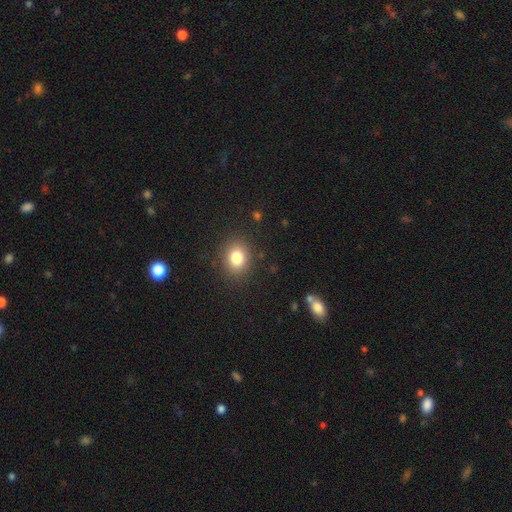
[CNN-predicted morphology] type=smooth (66%); roundness=round (79%); merging=none (89%).